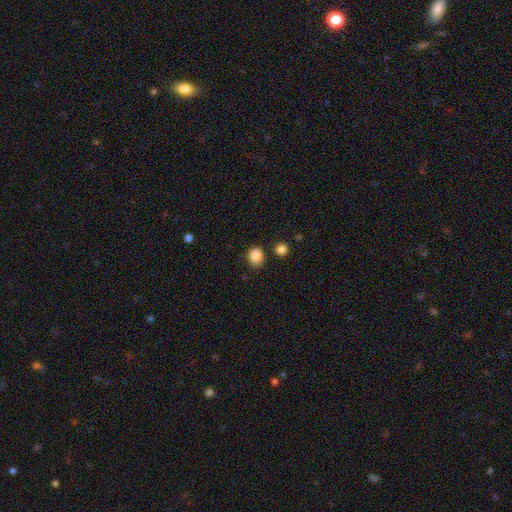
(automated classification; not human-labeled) The model was most divided on "how rounded": round: 72%, in between: 27%, cigar-shaped: 1%. More confident: smooth or featured — smooth (87%); merging — none (80%).